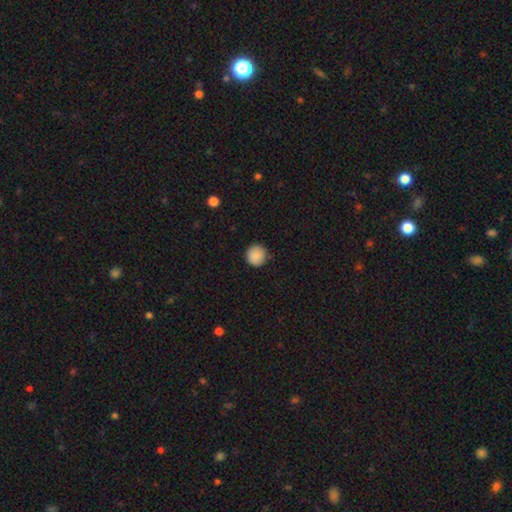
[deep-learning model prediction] This is clearly a smooth galaxy (89%). How rounded: clearly round (95%). Merging: clearly none (88%).